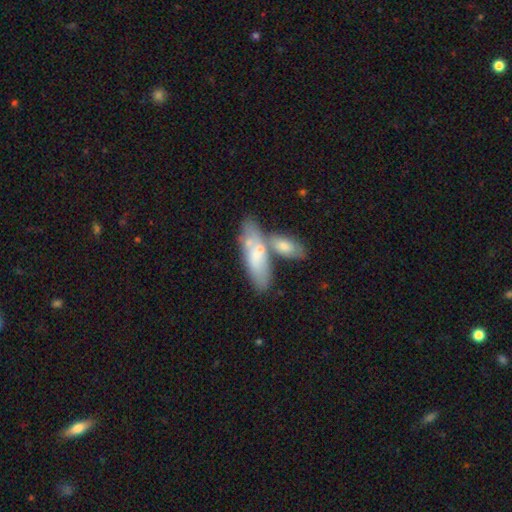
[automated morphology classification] smooth-or-featured: smooth: 61% | featured or disk: 33% | star or artifact: 6%
  how-rounded: in between: 57% | cigar-shaped: 40% | round: 3%
  merging: merger: 43% | none: 39% | minor disturbance: 13% | major disturbance: 5%